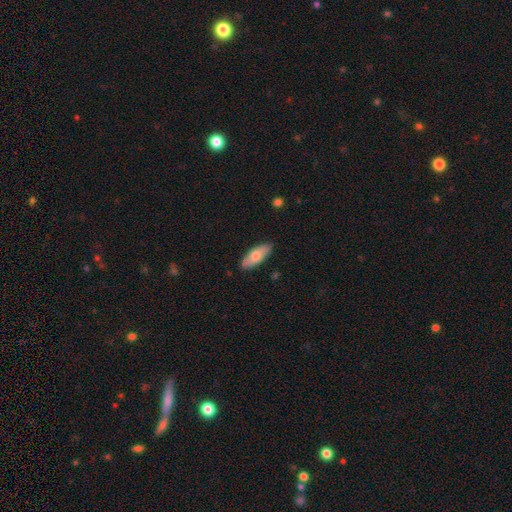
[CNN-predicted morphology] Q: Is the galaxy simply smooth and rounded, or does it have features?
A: smooth — 70%.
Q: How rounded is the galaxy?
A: in between — 78%.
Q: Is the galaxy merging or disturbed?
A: none — 86%.